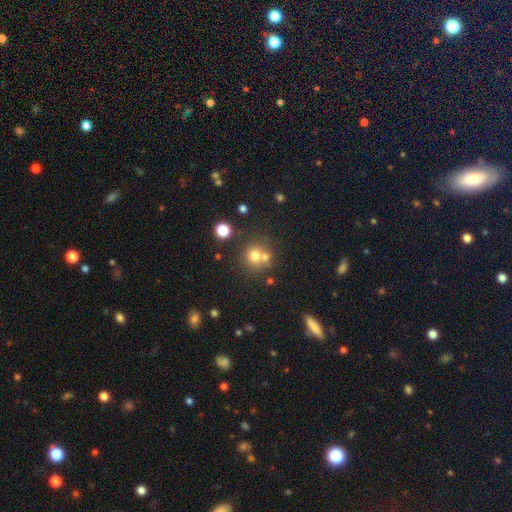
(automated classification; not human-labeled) Morphology: type=smooth (70%); roundness=round (86%); merging=none (53%).